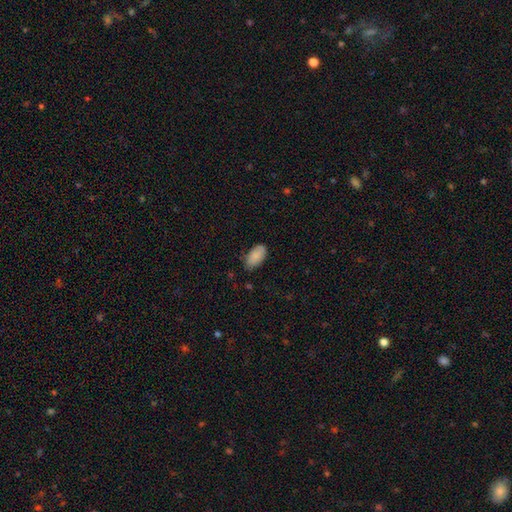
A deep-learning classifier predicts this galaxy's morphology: smooth_or_featured: smooth (p=0.86) [alt: featured or disk p=0.07]
how_rounded: in between (p=0.95) [alt: round p=0.03]
merging: none (p=0.77) [alt: minor disturbance p=0.19]